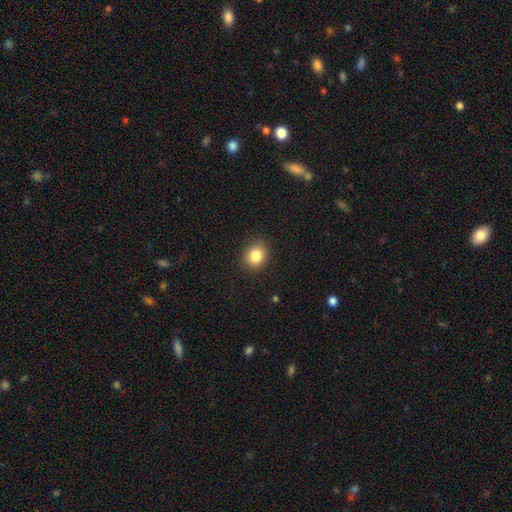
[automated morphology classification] Overall: smooth (84%). How rounded: round (71%). Merging: none (89%).